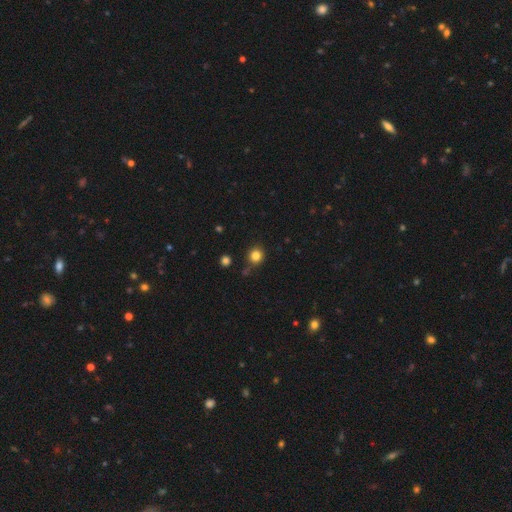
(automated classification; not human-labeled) Overall: smooth (82%). How rounded: round (92%). Merging: none (82%).